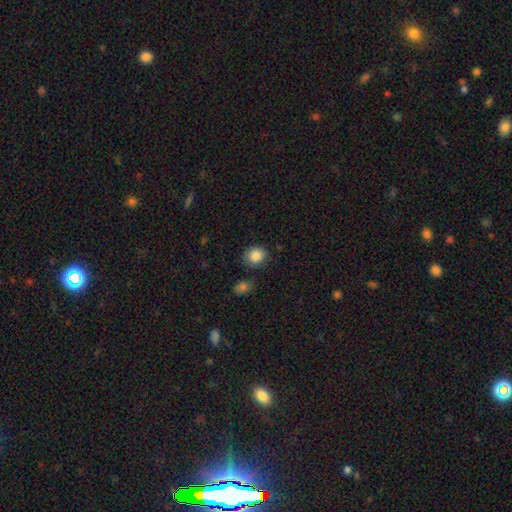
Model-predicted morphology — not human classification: Smooth or featured? Predicted: smooth (p=0.87). How rounded? Predicted: round (p=0.71). Merging? Predicted: none (p=0.77).